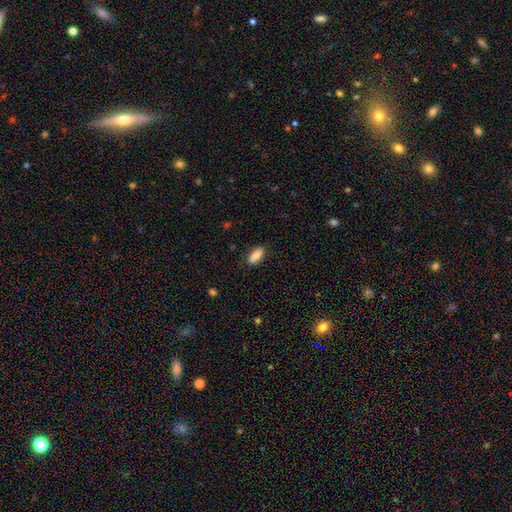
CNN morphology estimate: Smooth or featured?
  - smooth: 84% *
  - featured or disk: 8%
  - star or artifact: 7%
How rounded?
  - in between: 85% *
  - cigar-shaped: 12%
  - round: 3%
Merging?
  - none: 78% *
  - minor disturbance: 15%
  - major disturbance: 3%
  - merger: 3%